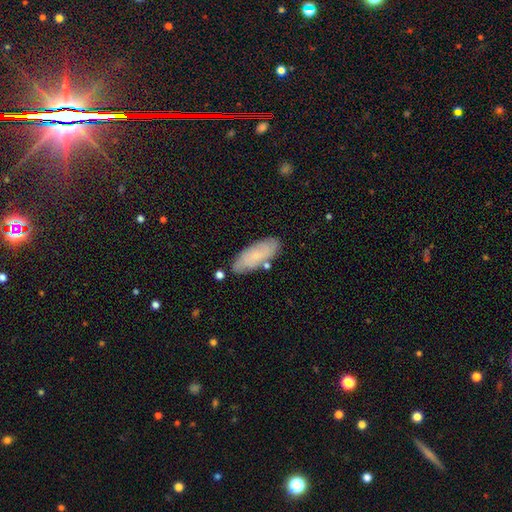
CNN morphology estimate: The model was most divided on "smooth or featured": smooth: 59%, featured or disk: 33%, star or artifact: 7%. More confident: merging — none (78%); how rounded — in between (75%).